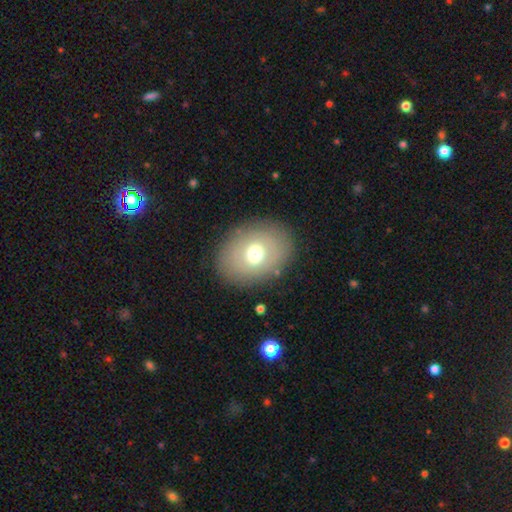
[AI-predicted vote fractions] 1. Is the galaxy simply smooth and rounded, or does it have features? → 67% smooth, 23% featured or disk, 10% star or artifact.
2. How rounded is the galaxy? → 65% in between, 34% round, 1% cigar-shaped.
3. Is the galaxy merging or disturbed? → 86% none, 9% minor disturbance, 4% major disturbance, 1% merger.